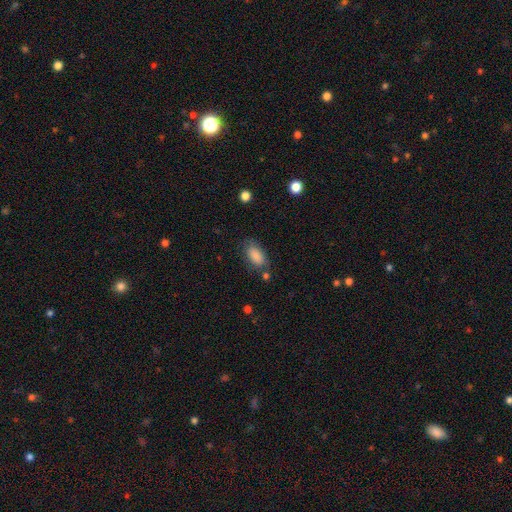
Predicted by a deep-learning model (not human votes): Overall: smooth (86%). How rounded: in between (90%). Merging: none (72%).